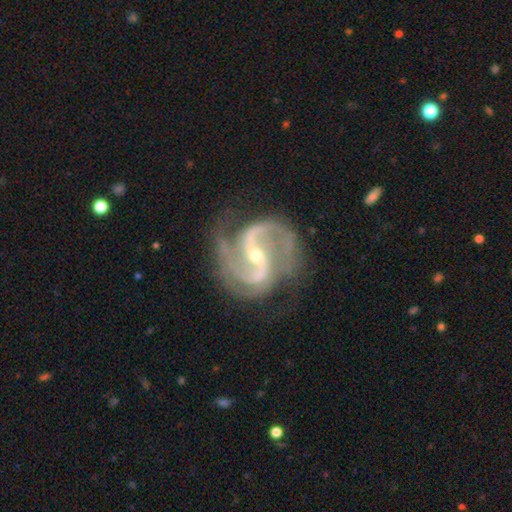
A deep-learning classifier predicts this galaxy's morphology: Smooth or featured? Predicted: featured or disk (p=0.93). Edge-on disk? Predicted: no (p=0.98). Bar? Predicted: strong (p=0.44). Spiral arms? Predicted: yes (p=0.99). Spiral winding? Predicted: medium (p=0.62). Spiral arm count? Predicted: 2 (p=0.85). Bulge size? Predicted: small (p=0.61). Merging? Predicted: none (p=0.73).